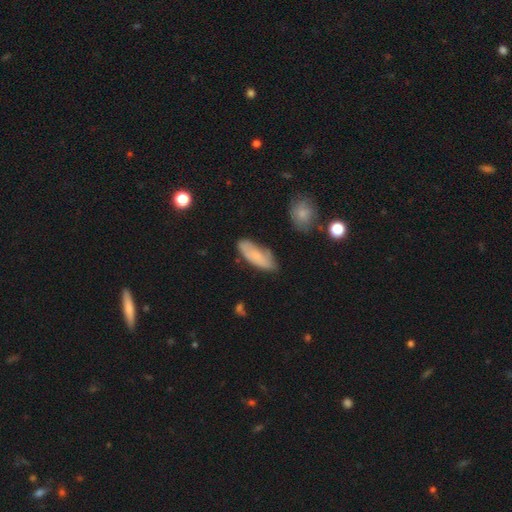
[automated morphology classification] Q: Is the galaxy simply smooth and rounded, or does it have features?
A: smooth — 71%.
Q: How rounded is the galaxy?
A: in between — 73%.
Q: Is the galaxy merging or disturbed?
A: none — 71%.